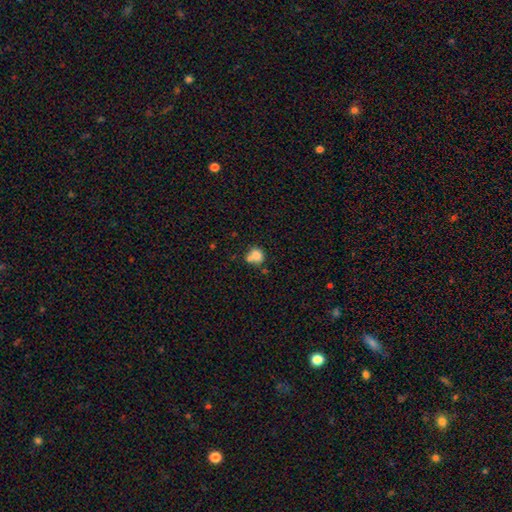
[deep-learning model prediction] The model was most divided on "merging": none: 42%, merger: 37%, minor disturbance: 15%, major disturbance: 6%. More confident: smooth or featured — smooth (78%); how rounded — round (70%).